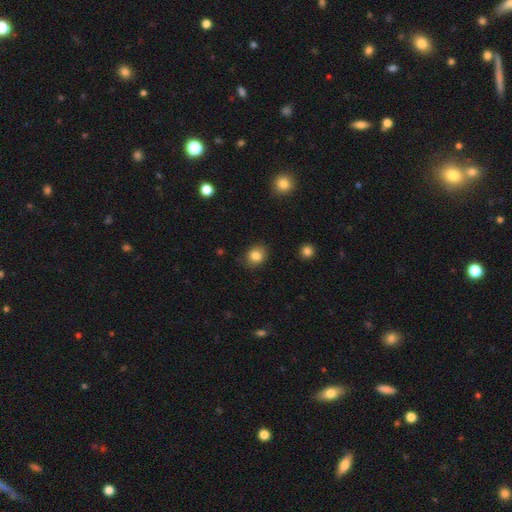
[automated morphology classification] smooth-or-featured: smooth: 84% | star or artifact: 10% | featured or disk: 6%
  how-rounded: round: 62% | in between: 37% | cigar-shaped: 1%
  merging: none: 84% | minor disturbance: 12% | major disturbance: 3% | merger: 1%